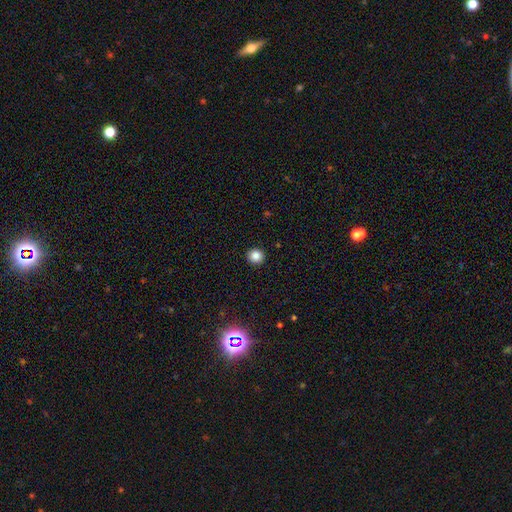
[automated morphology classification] smooth_or_featured: smooth (p=0.84) [alt: star or artifact p=0.11]
how_rounded: round (p=0.91) [alt: in between p=0.08]
merging: none (p=0.93) [alt: minor disturbance p=0.05]